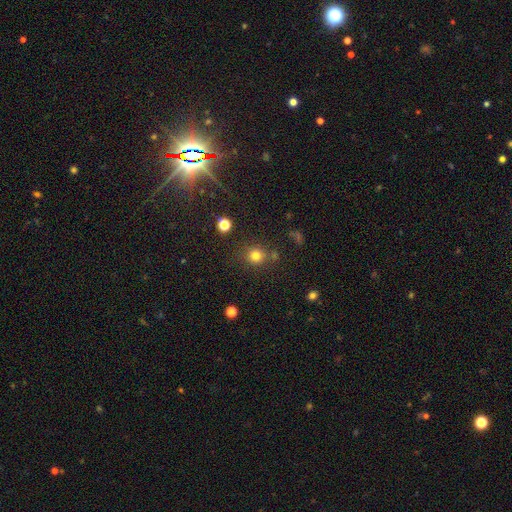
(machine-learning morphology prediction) Smooth or featured?
  - smooth: 79% *
  - star or artifact: 15%
  - featured or disk: 6%
How rounded?
  - round: 90% *
  - in between: 10%
  - cigar-shaped: 1%
Merging?
  - none: 79% *
  - minor disturbance: 10%
  - merger: 7%
  - major disturbance: 4%